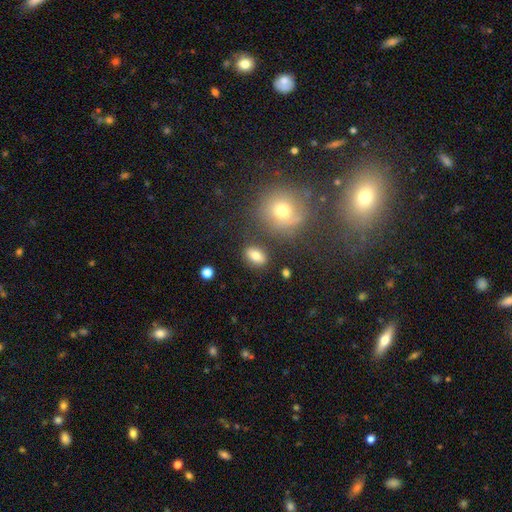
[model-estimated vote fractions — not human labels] A smooth galaxy with no disk features (78%) that is in between round and cigar-shaped (81%). Merging: none (82%).